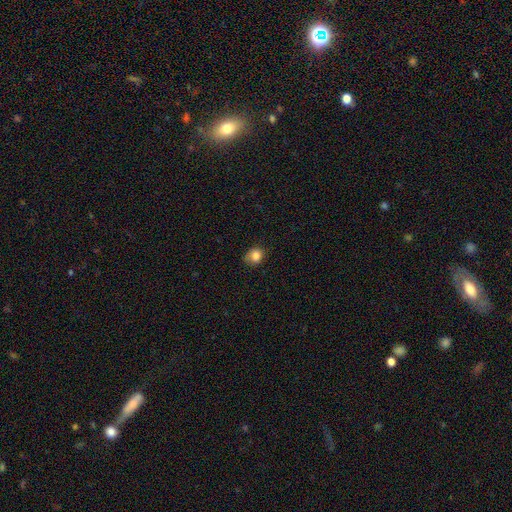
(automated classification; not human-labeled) smooth_or_featured: smooth (p=0.84) [alt: star or artifact p=0.10]
how_rounded: round (p=0.66) [alt: in between p=0.33]
merging: none (p=0.70) [alt: minor disturbance p=0.24]